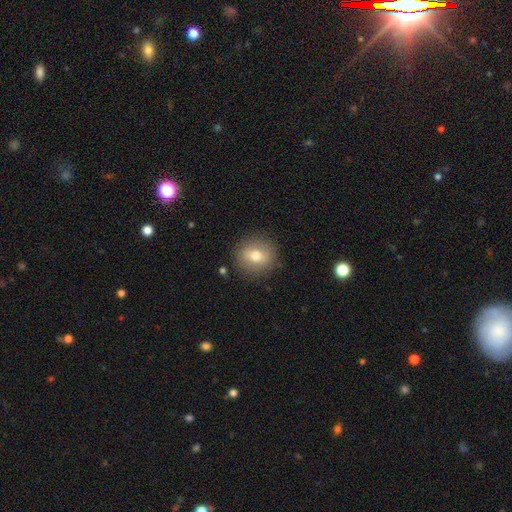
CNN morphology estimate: Q: Smooth or featured?
A: smooth (72%); runner-up: featured or disk (18%)
Q: How rounded?
A: round (82%); runner-up: in between (16%)
Q: Merging?
A: none (88%); runner-up: minor disturbance (8%)